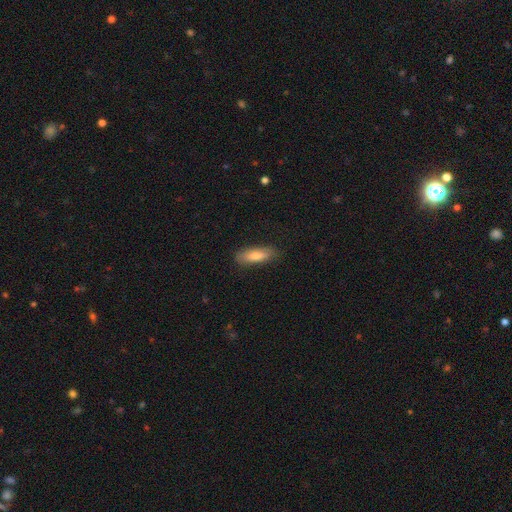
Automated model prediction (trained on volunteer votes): Overall: smooth (76%). How rounded: in between (55%; cigar-shaped 43%). Merging: none (83%).